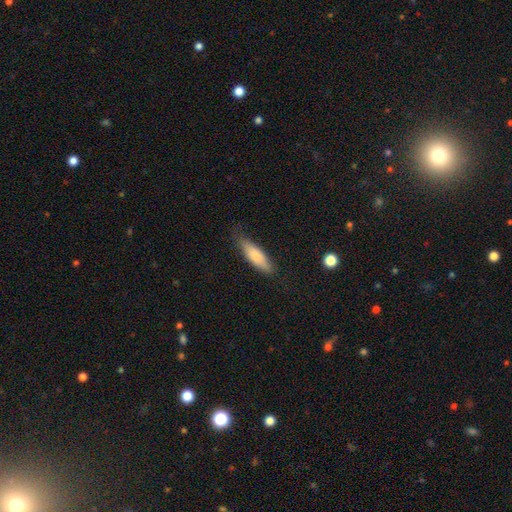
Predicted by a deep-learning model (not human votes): A smooth galaxy with no disk features (80%) that is cigar-shaped (56%).

Vote fractions:
- Smooth or featured? smooth: 80% / featured or disk: 14% / star or artifact: 6%
- How rounded? cigar-shaped: 56% / in between: 43% / round: 2%
- Merging? none: 78% / minor disturbance: 18% / major disturbance: 3% / merger: 1%